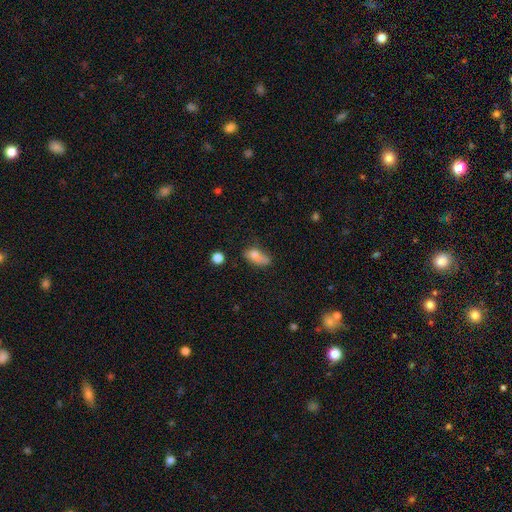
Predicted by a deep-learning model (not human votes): Smooth or featured? smooth (72%)
How rounded? in between (77%)
Merging? none (34%)